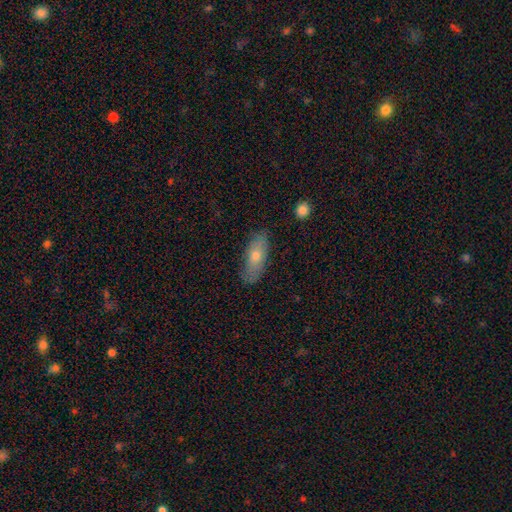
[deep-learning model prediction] A smooth galaxy with no disk features (63%) that is in between round and cigar-shaped (67%).

Vote fractions:
- Smooth or featured? smooth: 63% / featured or disk: 30% / star or artifact: 7%
- How rounded? in between: 67% / cigar-shaped: 30% / round: 3%
- Merging? none: 81% / minor disturbance: 15% / major disturbance: 3% / merger: 1%